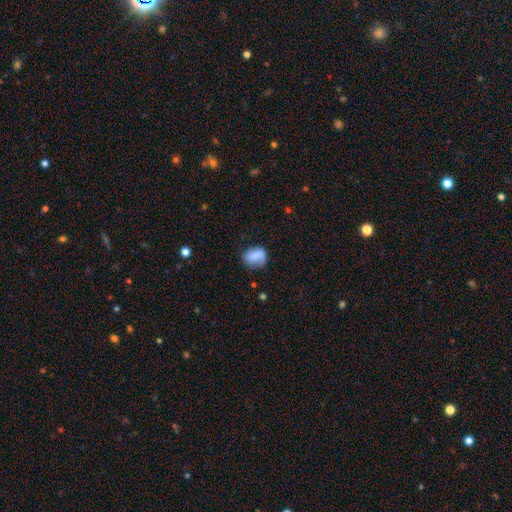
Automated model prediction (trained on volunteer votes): Morphology: type=smooth (65%); roundness=in between (54%); merging=none (53%).